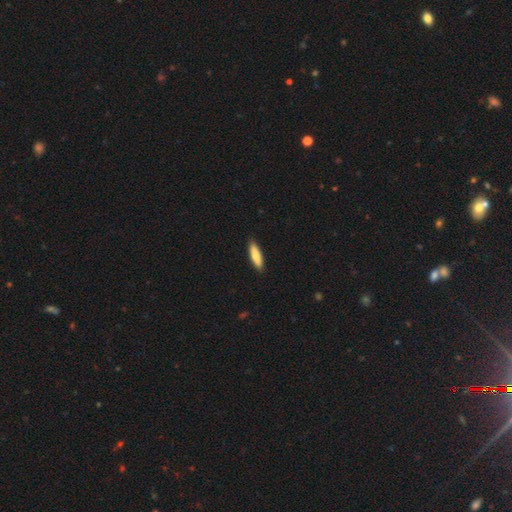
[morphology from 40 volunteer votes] Smooth or featured? smooth (80%)
How rounded? cigar-shaped (72%)
Merging? none (90%)